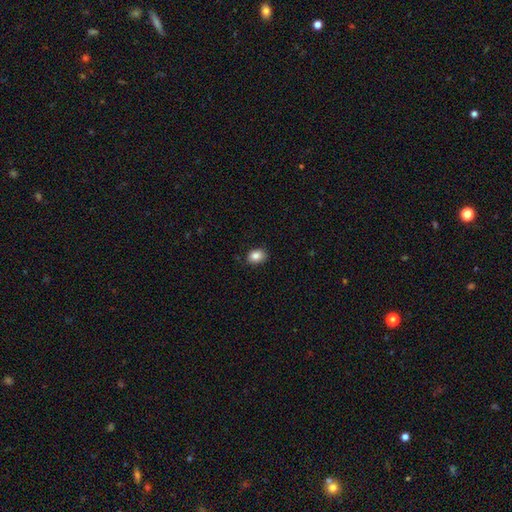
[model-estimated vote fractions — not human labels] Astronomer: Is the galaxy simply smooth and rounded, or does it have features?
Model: smooth — 86%.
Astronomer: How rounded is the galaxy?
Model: in between — 70%.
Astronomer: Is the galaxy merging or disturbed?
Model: none — 85%.